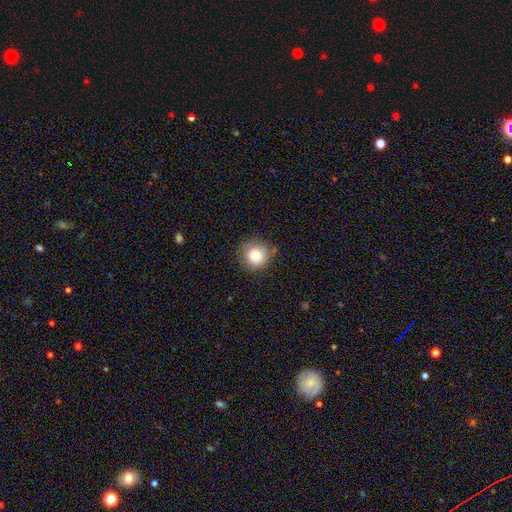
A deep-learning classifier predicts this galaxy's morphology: Smooth or featured? smooth (82%)
How rounded? round (91%)
Merging? none (81%)